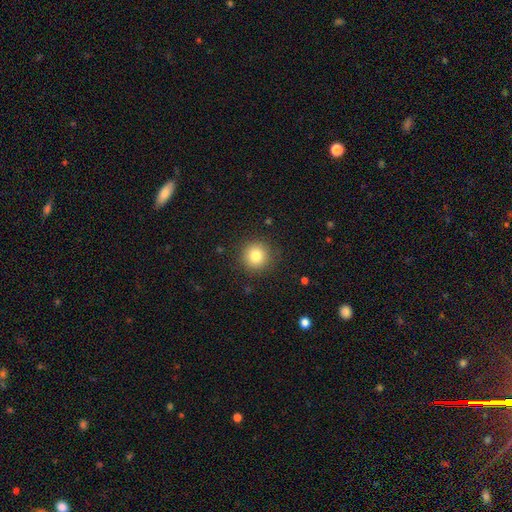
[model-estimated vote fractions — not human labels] smooth 82%, star or artifact 11%, featured or disk 7%. Down the decision tree: how rounded — round (94%); merging — none (89%).